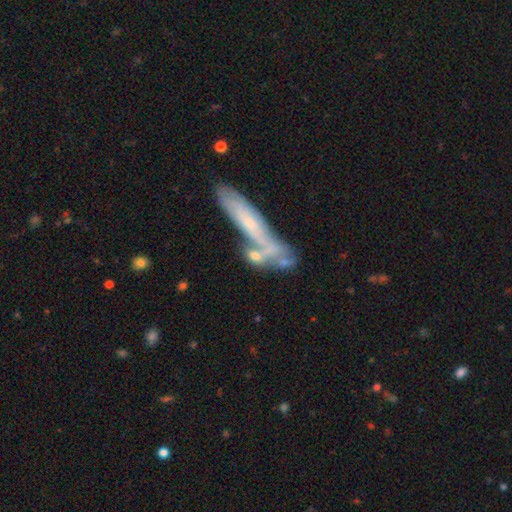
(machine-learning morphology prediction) This is possibly a smooth galaxy (49%). Merging: marginally merger (43%).